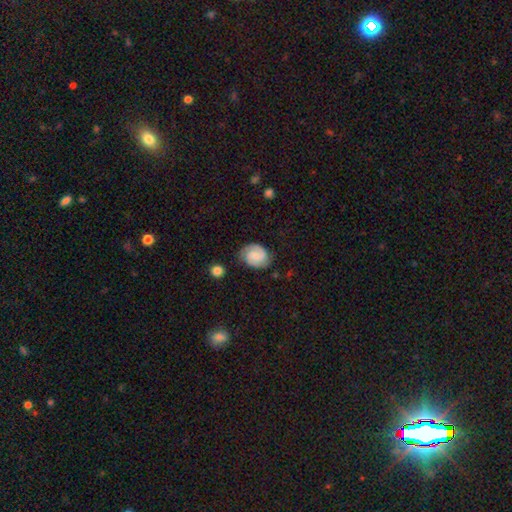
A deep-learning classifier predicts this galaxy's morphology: Smooth or featured?
  - featured or disk: 79% *
  - smooth: 15%
  - star or artifact: 6%
Edge-on disk?
  - no: 98% *
  - yes: 2%
Bar?
  - no: 51% *
  - weak: 41%
  - strong: 8%
Spiral arms?
  - yes: 97% *
  - no: 3%
Spiral winding?
  - tight: 53% *
  - medium: 39%
  - loose: 8%
Spiral arm count?
  - 2: 89% *
  - can't tell: 4%
  - 3: 3%
  - 1: 2%
  - 4: 1%
  - more than 4: 1%
Bulge size?
  - small: 51% *
  - moderate: 29%
  - none: 17%
  - large: 2%
  - dominant: 1%
Merging?
  - none: 79% *
  - minor disturbance: 15%
  - major disturbance: 4%
  - merger: 2%